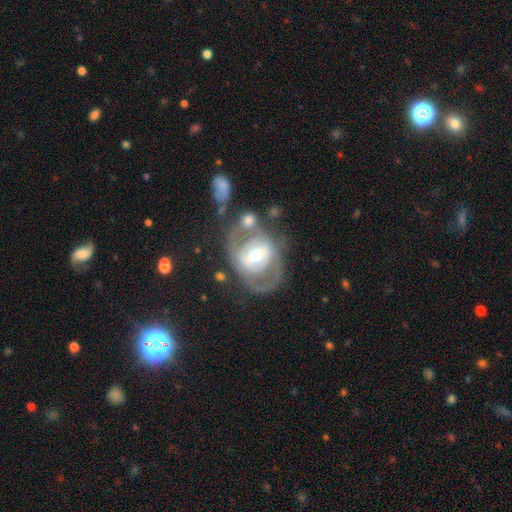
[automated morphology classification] This appears to be a featured or disk galaxy (69%) with no bar (52%), no spiral arms (55%) and a moderate central bulge (72%). Merging: none (45%).